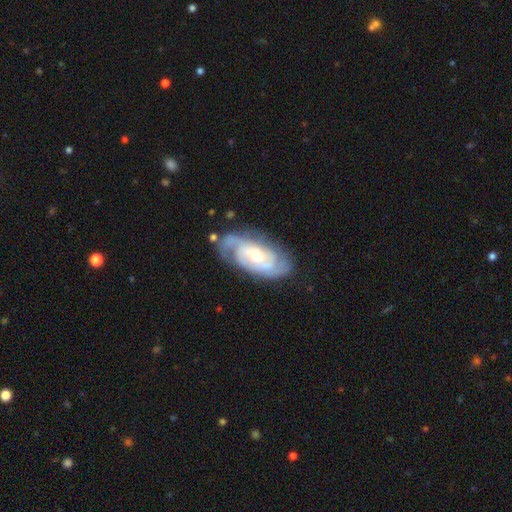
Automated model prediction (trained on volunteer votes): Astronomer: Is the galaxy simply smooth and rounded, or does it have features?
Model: featured or disk — 84%.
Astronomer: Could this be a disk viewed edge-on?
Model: no — 94%.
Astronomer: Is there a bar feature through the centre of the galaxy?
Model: no — 60%.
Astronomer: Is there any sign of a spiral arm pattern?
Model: yes — 95%.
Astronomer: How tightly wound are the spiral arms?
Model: tight — 59%.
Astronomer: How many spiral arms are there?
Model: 2 — 42% (runner-up: can't tell, 23%).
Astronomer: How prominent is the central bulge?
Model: moderate — 54% (runner-up: small, 42%).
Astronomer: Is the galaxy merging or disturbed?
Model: none — 73%.